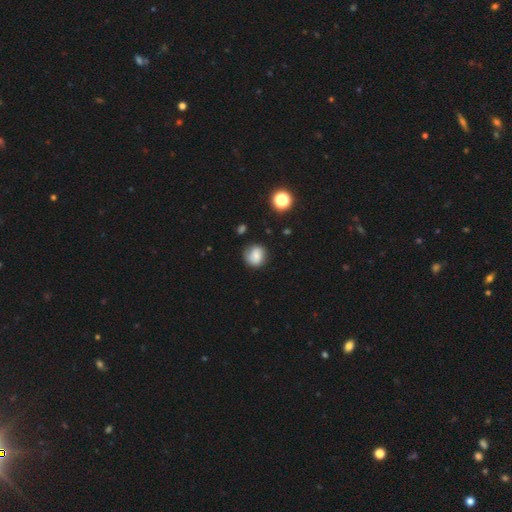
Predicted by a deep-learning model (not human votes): The model was most divided on "merging": none: 73%, minor disturbance: 20%, major disturbance: 5%, merger: 2%. More confident: how rounded — round (81%); smooth or featured — smooth (73%).